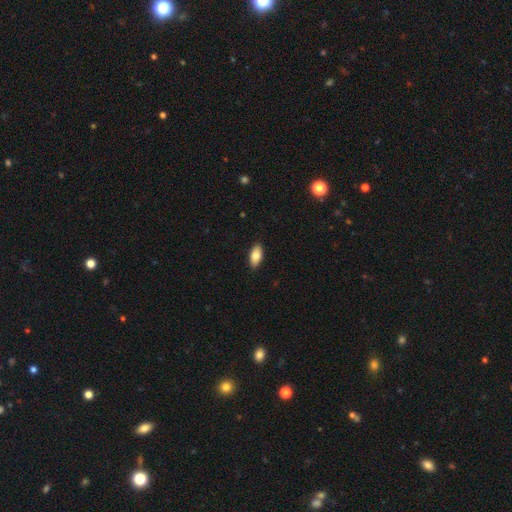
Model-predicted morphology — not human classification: Smooth or featured? Predicted: smooth (p=0.85). How rounded? Predicted: in between (p=0.92). Merging? Predicted: none (p=0.88).